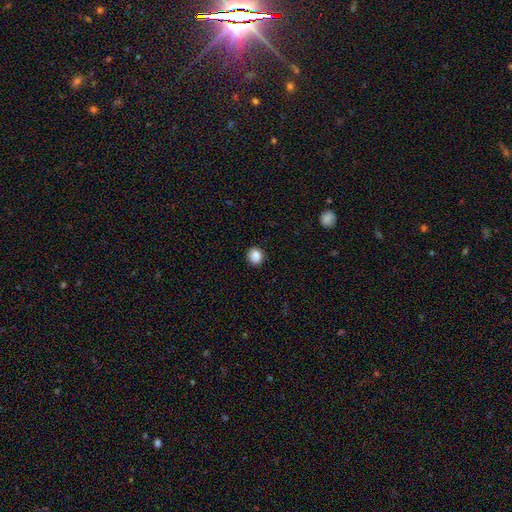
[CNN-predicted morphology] smooth 86%, star or artifact 10%, featured or disk 4%. Down the decision tree: how rounded — round (84%); merging — none (91%).